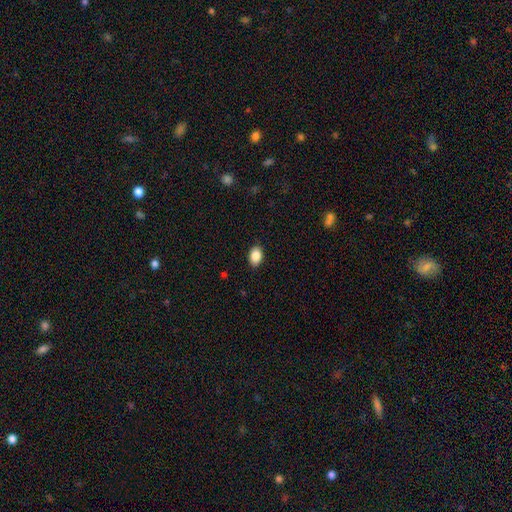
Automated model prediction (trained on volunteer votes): A smooth galaxy with no disk features (87%) that is in between round and cigar-shaped (83%). Merging: none (89%).